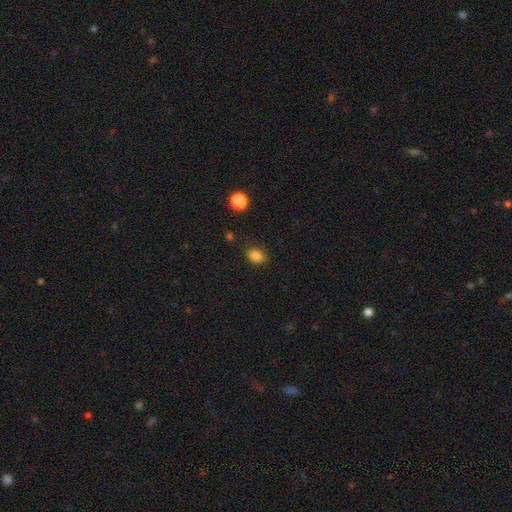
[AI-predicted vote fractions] Smooth or featured: smooth — 83% (star or artifact — 12%)
How rounded: in between — 65% (round — 33%)
Merging: none — 76% (minor disturbance — 18%)